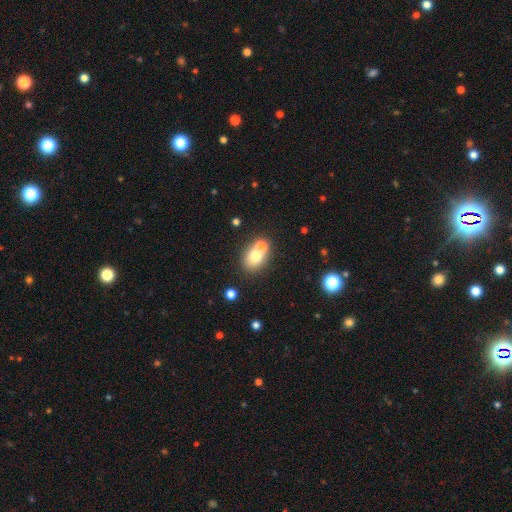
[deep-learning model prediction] Smooth or featured: smooth — 72% (featured or disk — 16%)
How rounded: in between — 51% (round — 47%)
Merging: merger — 46% (none — 42%)